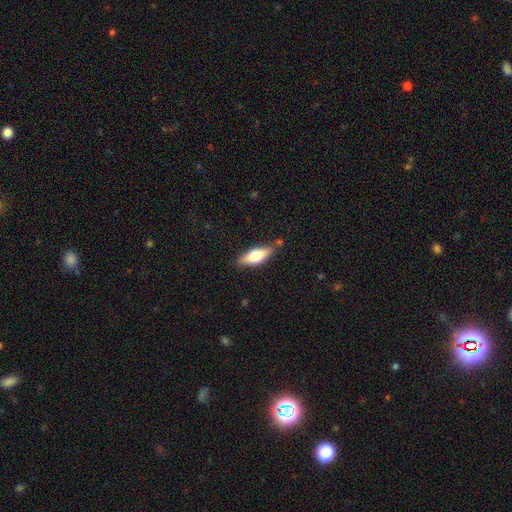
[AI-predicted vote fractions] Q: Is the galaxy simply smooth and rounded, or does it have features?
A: smooth — 64%.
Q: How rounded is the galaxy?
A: in between — 63%.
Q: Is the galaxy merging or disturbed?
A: none — 80%.